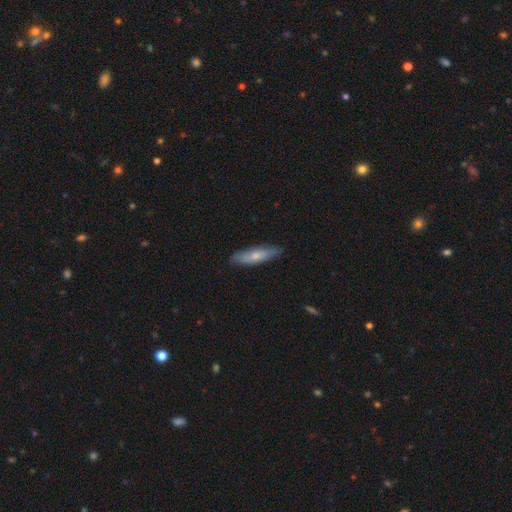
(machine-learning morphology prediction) This appears to be a smooth galaxy with no disk features (59%) that is cigar-shaped (69%). Merging: none (83%).